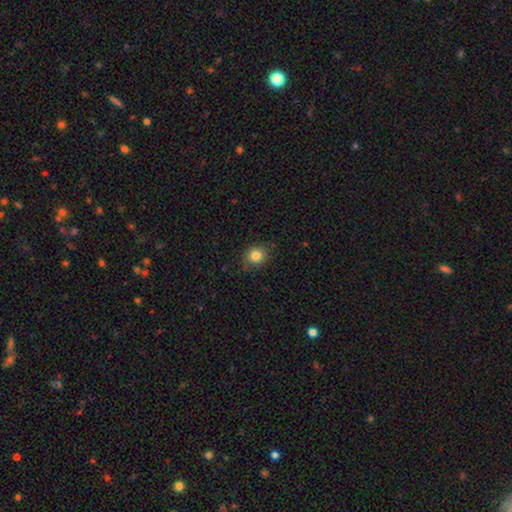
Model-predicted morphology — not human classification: smooth-or-featured: smooth: 83% | star or artifact: 11% | featured or disk: 6%
  how-rounded: round: 74% | in between: 25% | cigar-shaped: 1%
  merging: none: 85% | minor disturbance: 11% | major disturbance: 3% | merger: 1%